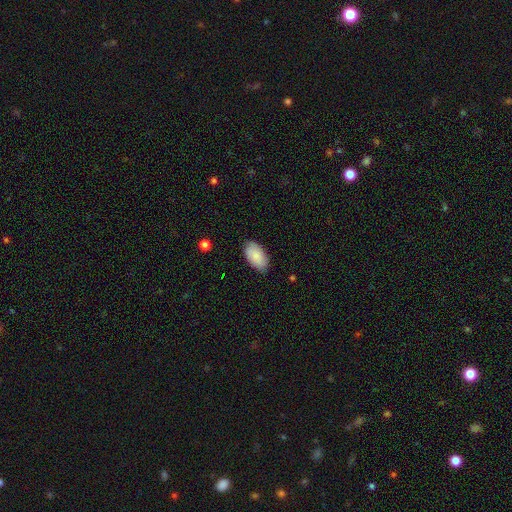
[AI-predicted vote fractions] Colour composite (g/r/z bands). It shows a smooth galaxy with no disk features (84%) that is in between round and cigar-shaped (95%). Merging: none (84%).